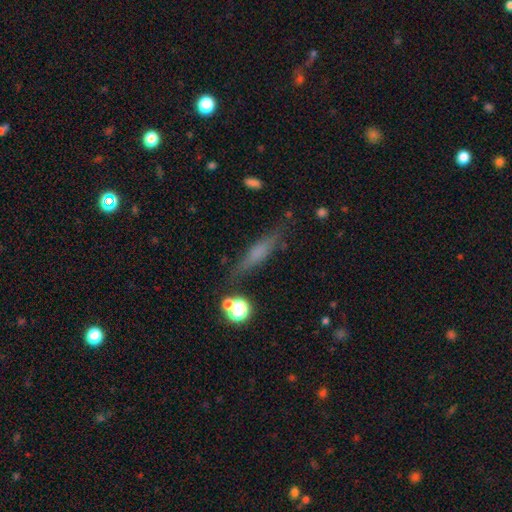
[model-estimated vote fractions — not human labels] This is marginally a featured or disk galaxy (43%). Merging: likely none (78%).